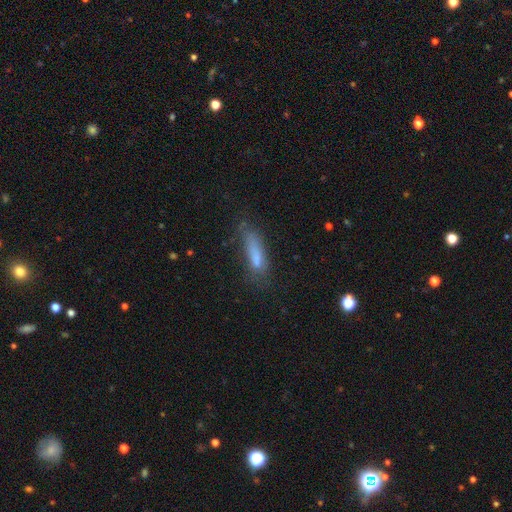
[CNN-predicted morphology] type=smooth (71%); roundness=cigar-shaped (65%); merging=none (50%).